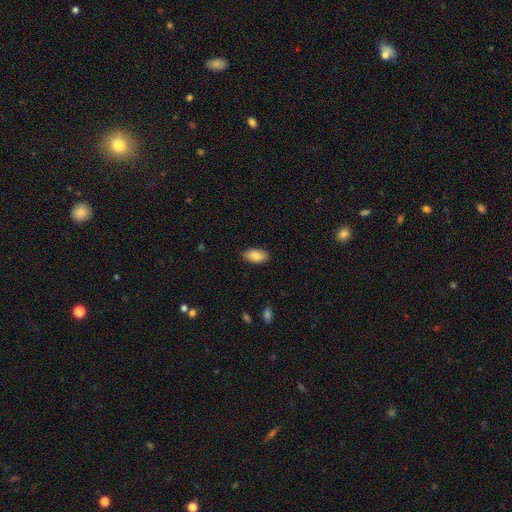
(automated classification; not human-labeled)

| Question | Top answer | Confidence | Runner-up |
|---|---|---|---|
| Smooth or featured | smooth | 84% | featured or disk (10%) |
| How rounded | in between | 94% | round (3%) |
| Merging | none | 86% | minor disturbance (11%) |